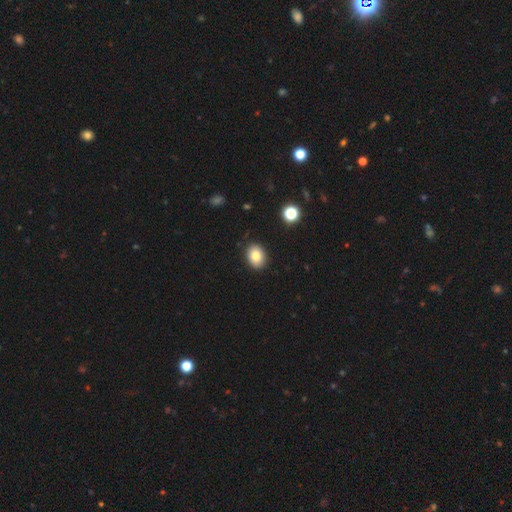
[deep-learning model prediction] Smooth or featured: smooth — 83% (star or artifact — 9%)
How rounded: in between — 64% (round — 36%)
Merging: none — 89% (minor disturbance — 8%)